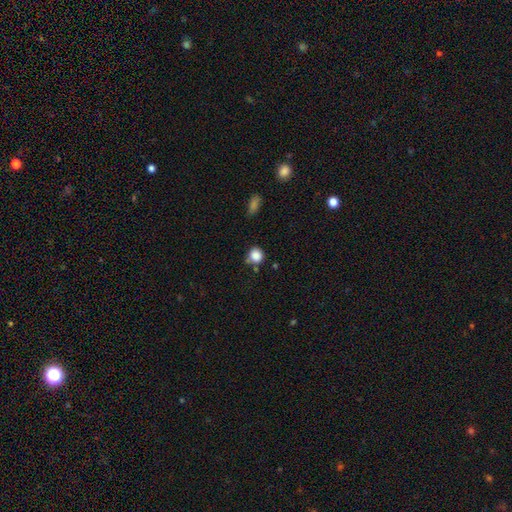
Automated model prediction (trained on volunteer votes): A smooth galaxy with no disk features (86%) that is round (85%).

Vote fractions:
- Smooth or featured? smooth: 86% / star or artifact: 10% / featured or disk: 5%
- How rounded? round: 85% / in between: 14% / cigar-shaped: 1%
- Merging? none: 69% / minor disturbance: 17% / merger: 10% / major disturbance: 5%